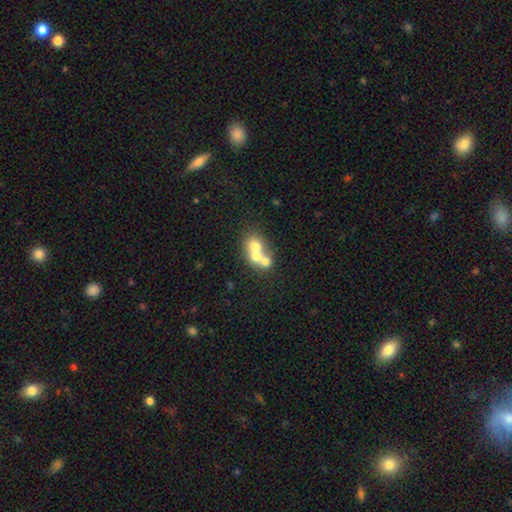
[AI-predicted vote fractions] smooth 57%, featured or disk 30%, star or artifact 12%. Down the decision tree: how rounded — round (68%); merging — merger (66%).